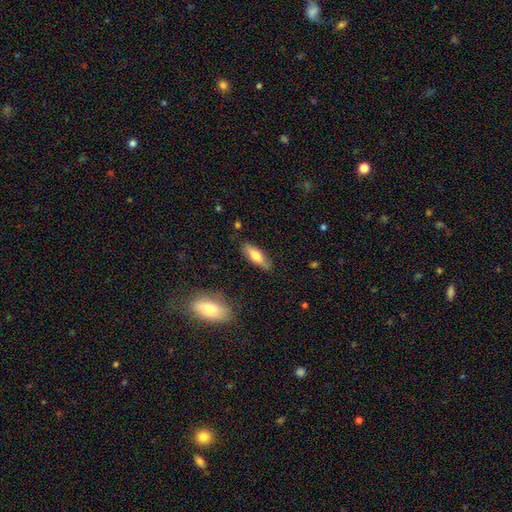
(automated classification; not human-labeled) This appears to be a smooth galaxy with no disk features (67%) that is in between round and cigar-shaped (56%). Merging: none (84%).